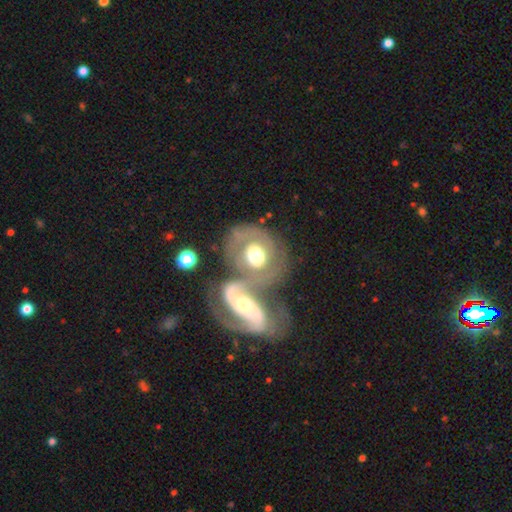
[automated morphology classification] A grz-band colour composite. It shows a featured or disk galaxy (67%) with no bar (59%), spiral arms (72%) and a moderate central bulge (61%). Merging: merger (62%).